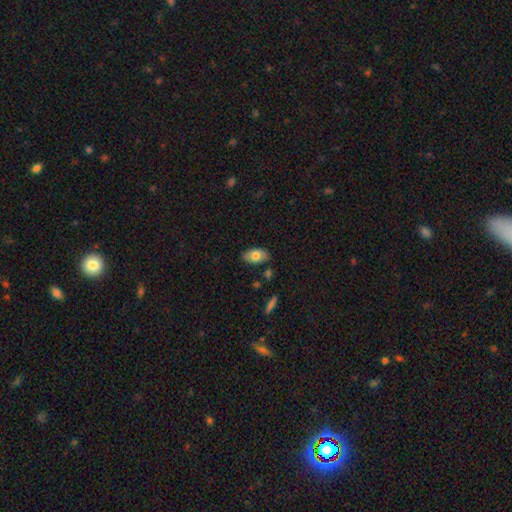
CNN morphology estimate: smooth-or-featured: smooth: 74% | featured or disk: 20% | star or artifact: 7%
  how-rounded: in between: 93% | round: 5% | cigar-shaped: 2%
  merging: none: 83% | minor disturbance: 13% | major disturbance: 2% | merger: 2%